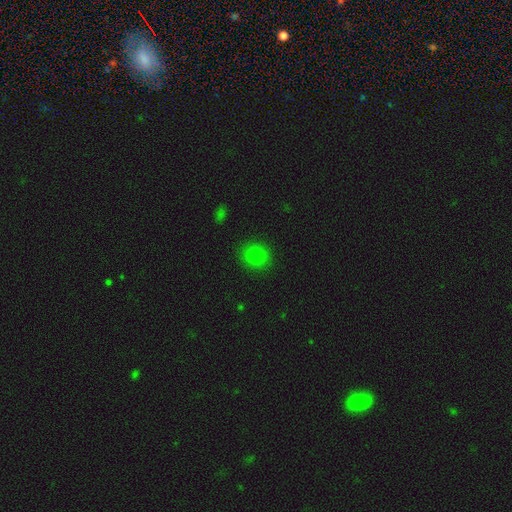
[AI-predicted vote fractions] Smooth or featured? Predicted: smooth (p=0.80). How rounded? Predicted: round (p=0.84). Merging? Predicted: none (p=0.89).